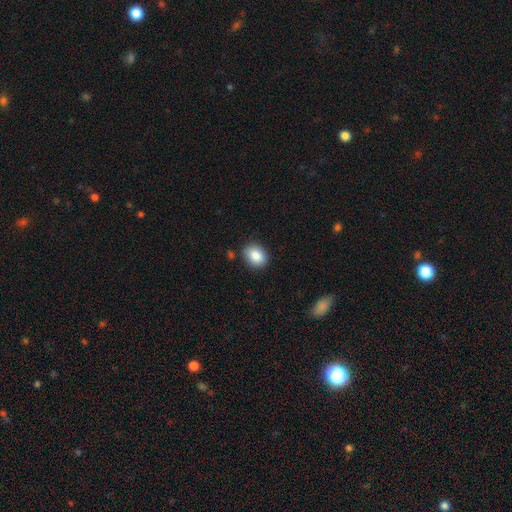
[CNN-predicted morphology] Smooth or featured: smooth — 87% (star or artifact — 8%)
How rounded: in between — 55% (round — 44%)
Merging: none — 84% (minor disturbance — 11%)